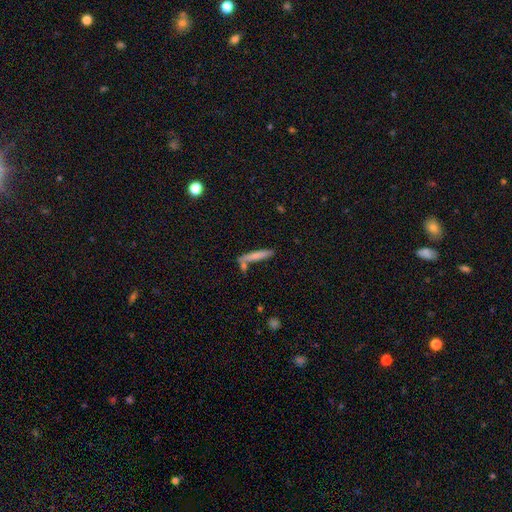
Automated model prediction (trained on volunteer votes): Morphology: type=smooth (71%); roundness=cigar-shaped (90%); merging=none (67%).